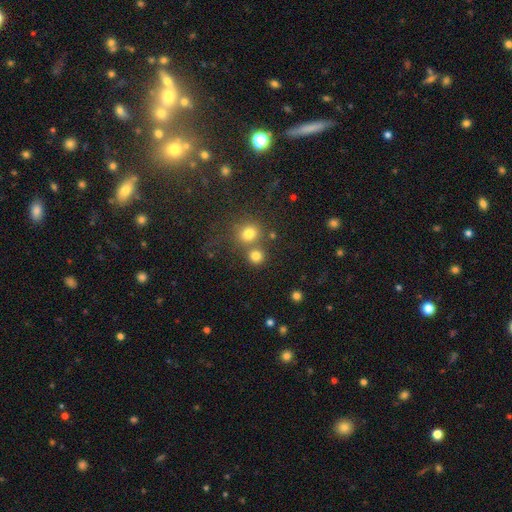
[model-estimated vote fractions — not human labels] Morphology: type=smooth (78%); roundness=round (88%); merging=none (64%).